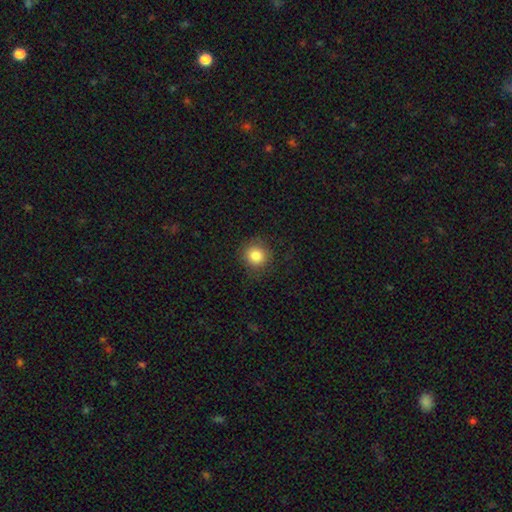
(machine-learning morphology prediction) Q: Smooth or featured?
A: smooth (84%); runner-up: star or artifact (10%)
Q: How rounded?
A: round (91%); runner-up: in between (8%)
Q: Merging?
A: none (86%); runner-up: minor disturbance (10%)